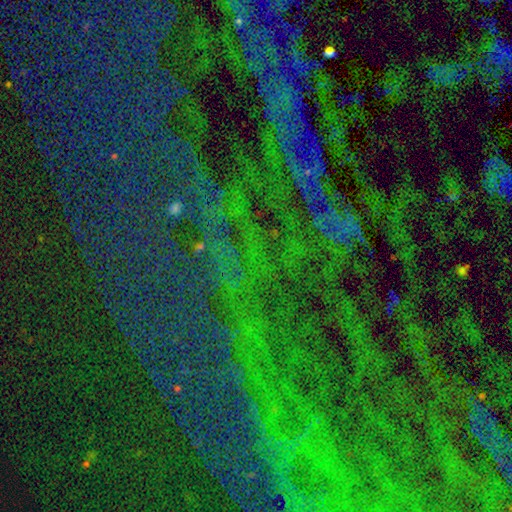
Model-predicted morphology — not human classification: Smooth or featured? Predicted: star or artifact (p=0.83).